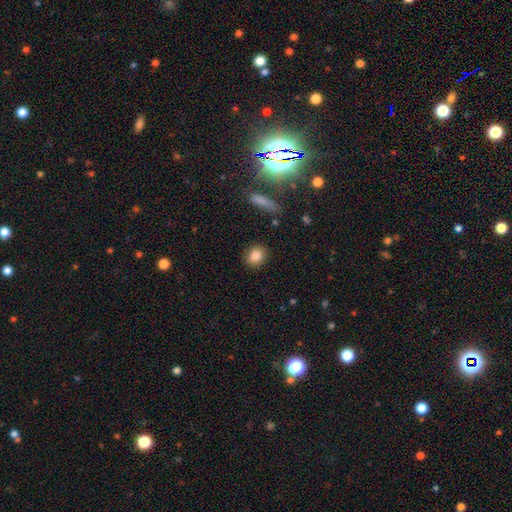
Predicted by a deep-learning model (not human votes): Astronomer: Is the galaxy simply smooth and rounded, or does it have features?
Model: smooth — 87%.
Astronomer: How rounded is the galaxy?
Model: round — 57% (runner-up: in between, 41%).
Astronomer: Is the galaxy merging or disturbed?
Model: none — 87%.